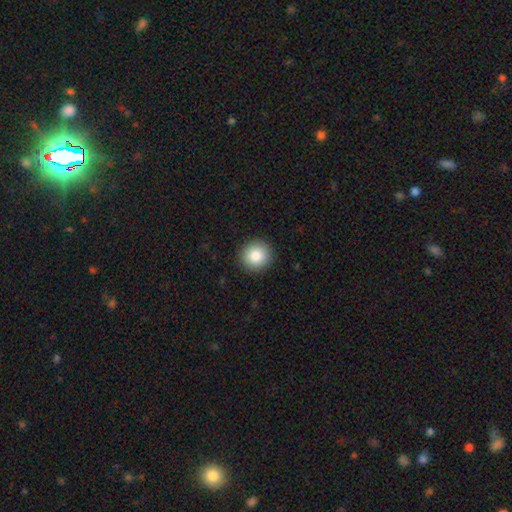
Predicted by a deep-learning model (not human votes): Overall: smooth (85%). How rounded: round (93%). Merging: none (92%).